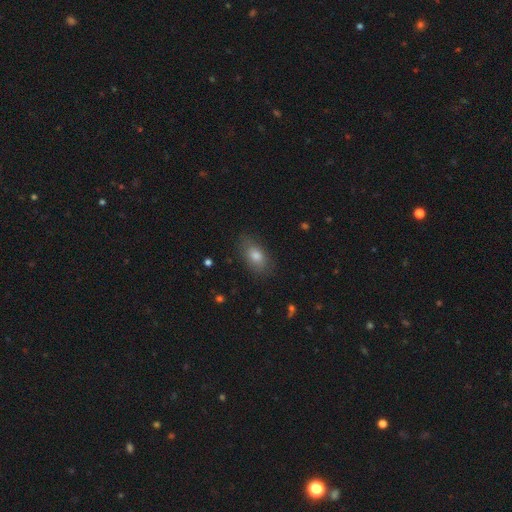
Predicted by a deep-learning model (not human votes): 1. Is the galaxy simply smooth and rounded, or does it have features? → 78% smooth, 13% featured or disk, 9% star or artifact.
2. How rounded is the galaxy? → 87% in between, 9% round, 4% cigar-shaped.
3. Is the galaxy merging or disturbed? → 81% none, 15% minor disturbance, 3% major disturbance, 1% merger.